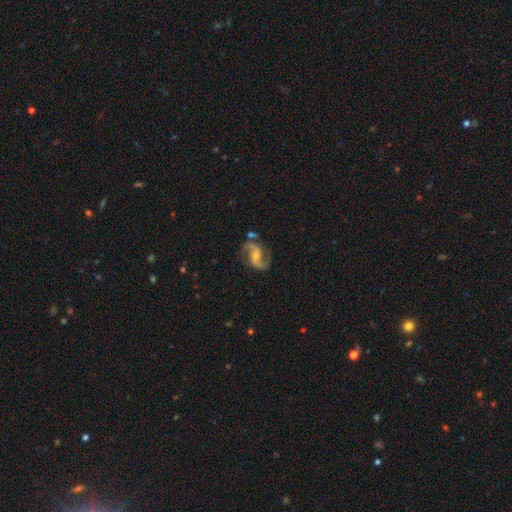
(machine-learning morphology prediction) The model was most divided on "spiral winding": loose: 46%, medium: 45%, tight: 9%. Remaining: edge-on disk — no (98%); spiral arms — yes (97%); spiral arm count — 2 (93%); smooth or featured — featured or disk (89%); merging — none (71%); bulge size — small (55%); bar — no (42%).